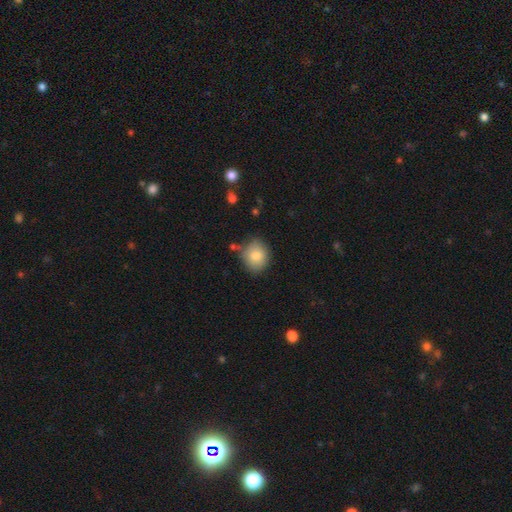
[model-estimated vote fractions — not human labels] This is clearly a smooth galaxy (82%). How rounded: likely round (66%). Merging: likely none (73%).